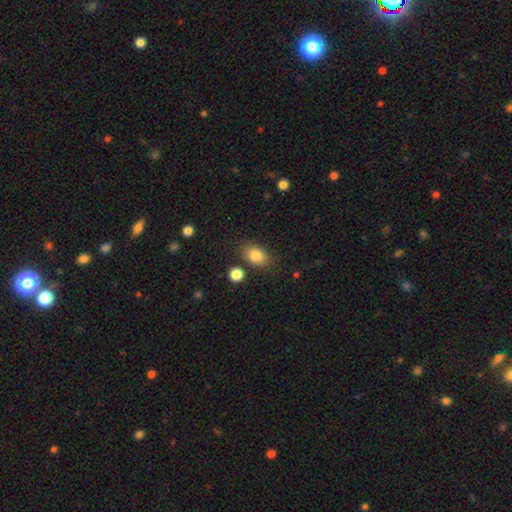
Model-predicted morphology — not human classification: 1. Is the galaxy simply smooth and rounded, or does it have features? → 84% smooth, 9% star or artifact, 8% featured or disk.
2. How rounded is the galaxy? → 78% in between, 20% round, 2% cigar-shaped.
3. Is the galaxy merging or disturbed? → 78% none, 13% minor disturbance, 5% merger, 4% major disturbance.